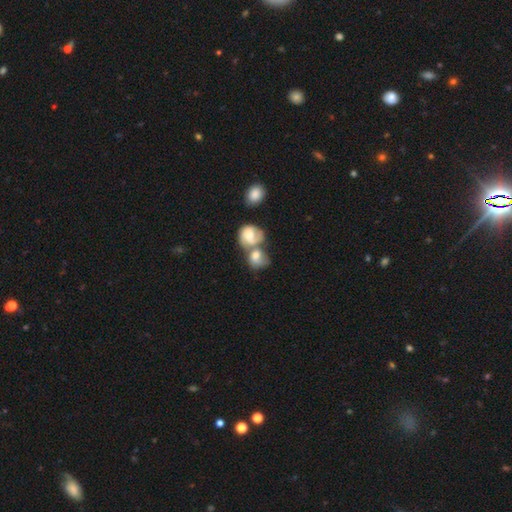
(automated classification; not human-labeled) This is possibly a smooth galaxy (57%). How rounded: possibly round (55%). Merging: likely merger (70%).